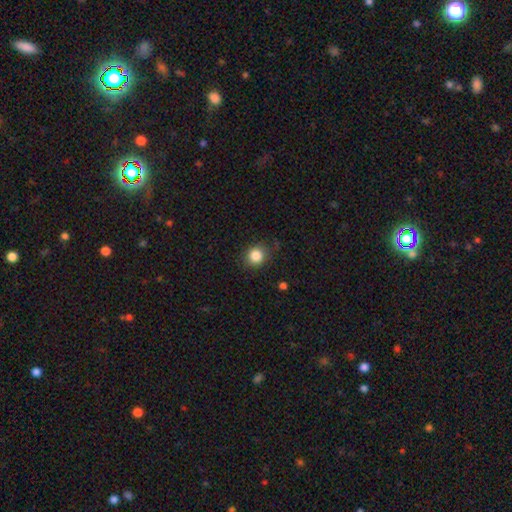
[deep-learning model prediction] This appears to be a smooth galaxy with no disk features (85%) that is round (81%). Merging: none (83%).